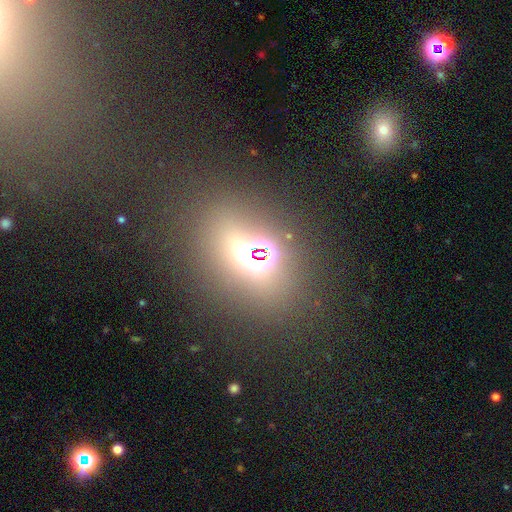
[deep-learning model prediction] smooth-or-featured: star or artifact: 44% | smooth: 38% | featured or disk: 18%